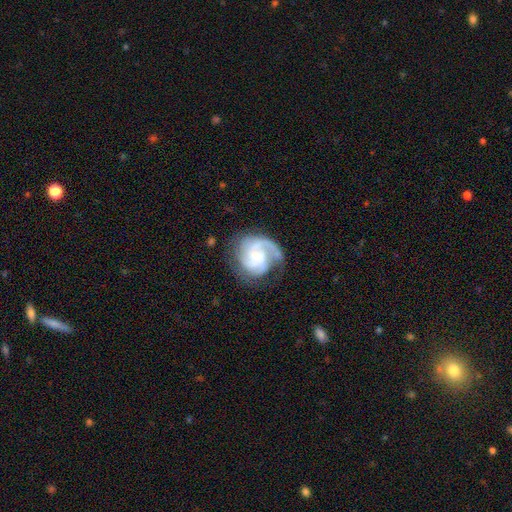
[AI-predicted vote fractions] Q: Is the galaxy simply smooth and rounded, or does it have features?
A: featured or disk — 83%.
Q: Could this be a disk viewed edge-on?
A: no — 98%.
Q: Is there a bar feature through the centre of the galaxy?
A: no — 60%.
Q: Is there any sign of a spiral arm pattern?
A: yes — 96%.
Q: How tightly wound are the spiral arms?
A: medium — 43%.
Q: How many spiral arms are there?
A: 2 — 35%.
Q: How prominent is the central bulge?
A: small — 53%.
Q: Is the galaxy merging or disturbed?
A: none — 56%.